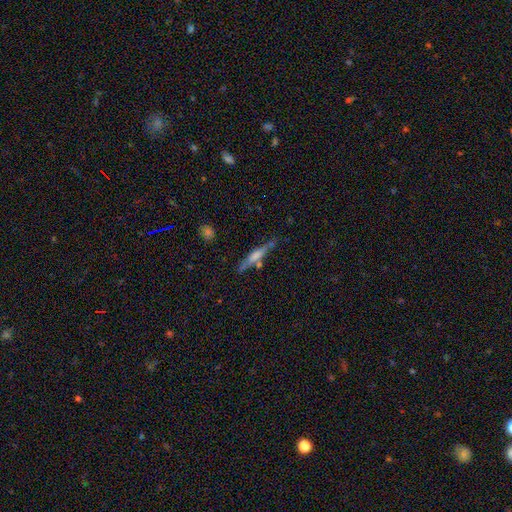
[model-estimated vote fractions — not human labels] Smooth or featured: featured or disk — 59% (smooth — 33%)
Edge-on disk: yes — 95% (no — 5%)
Edge-on bulge: rounded — 49% (boxy — 27%)
Merging: none — 76% (minor disturbance — 14%)